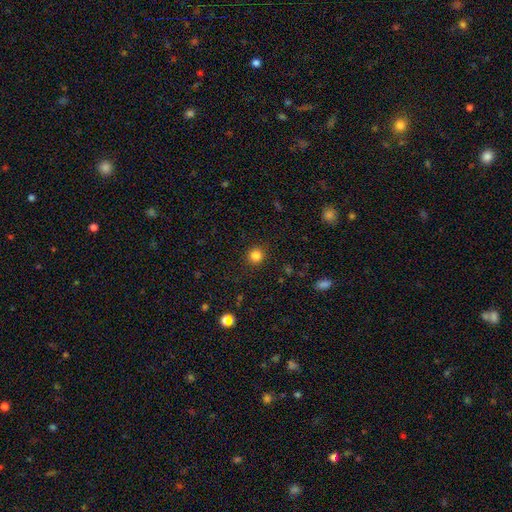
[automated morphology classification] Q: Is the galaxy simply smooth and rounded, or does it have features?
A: smooth — 84%.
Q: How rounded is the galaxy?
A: round — 93%.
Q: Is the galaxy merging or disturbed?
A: none — 91%.